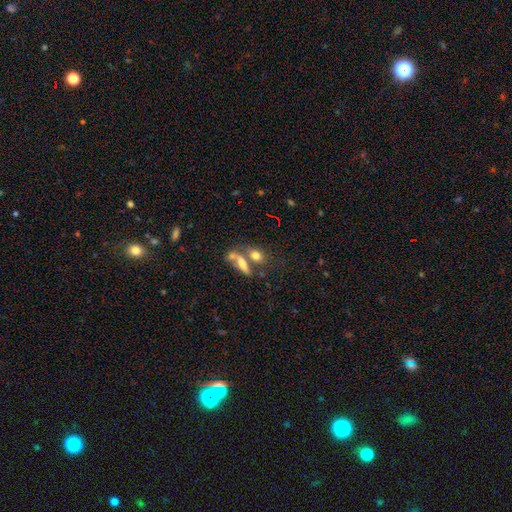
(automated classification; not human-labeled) smooth-or-featured: smooth: 70% | featured or disk: 18% | star or artifact: 12%
  how-rounded: in between: 57% | round: 22% | cigar-shaped: 21%
  merging: none: 45% | merger: 37% | minor disturbance: 11% | major disturbance: 7%